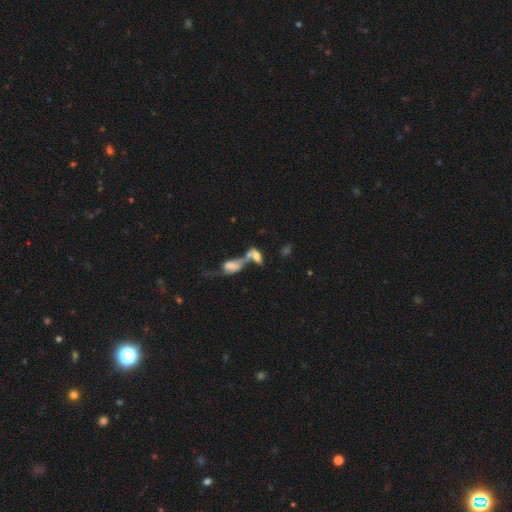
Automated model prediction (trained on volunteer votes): Smooth or featured? smooth (54%)
How rounded? in between (76%)
Merging? merger (69%)